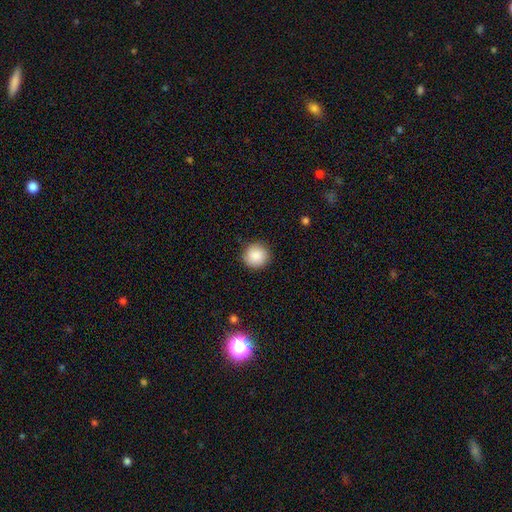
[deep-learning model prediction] smooth 88%, star or artifact 8%, featured or disk 5%. Down the decision tree: how rounded — round (94%); merging — none (90%).